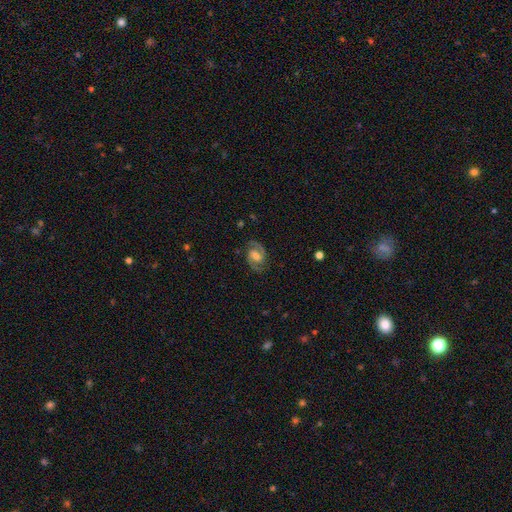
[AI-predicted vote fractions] Smooth or featured: featured or disk — 84% (smooth — 10%)
Edge-on disk: no — 98% (yes — 2%)
Bar: weak — 52% (no — 26%)
Spiral arms: yes — 96% (no — 4%)
Spiral winding: medium — 57% (tight — 27%)
Spiral arm count: 2 — 92% (can't tell — 3%)
Bulge size: moderate — 46% (small — 26%)
Merging: none — 82% (minor disturbance — 12%)